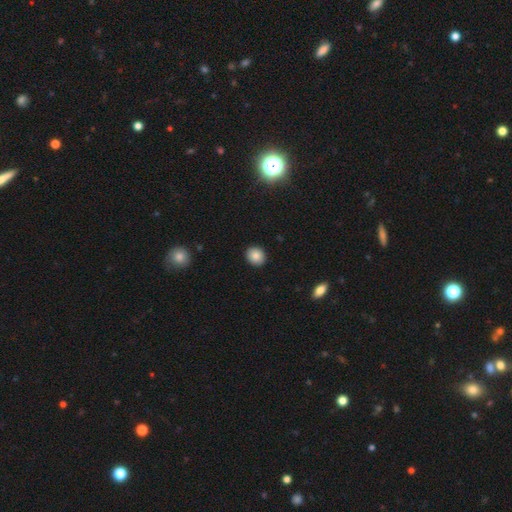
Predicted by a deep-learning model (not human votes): Overall: smooth (86%). How rounded: round (73%). Merging: none (91%).